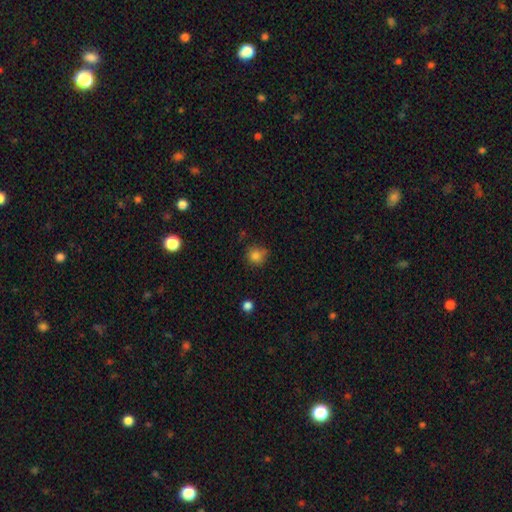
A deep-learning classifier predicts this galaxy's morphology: smooth 82%, star or artifact 12%, featured or disk 6%. Down the decision tree: how rounded — round (89%); merging — none (71%).